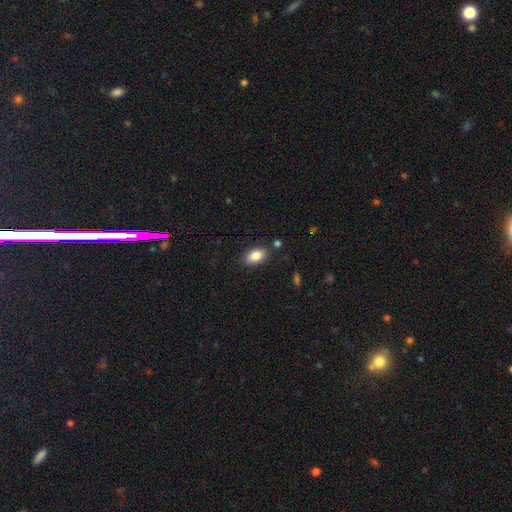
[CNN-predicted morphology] Overall: smooth (85%). How rounded: in between (90%). Merging: none (83%).